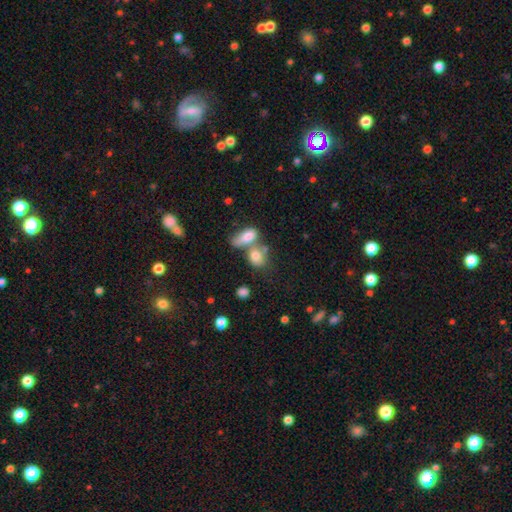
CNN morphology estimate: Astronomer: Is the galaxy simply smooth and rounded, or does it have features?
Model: smooth — 80%.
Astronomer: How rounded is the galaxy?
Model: in between — 63%.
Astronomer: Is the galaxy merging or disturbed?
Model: merger — 50% (runner-up: none, 33%).